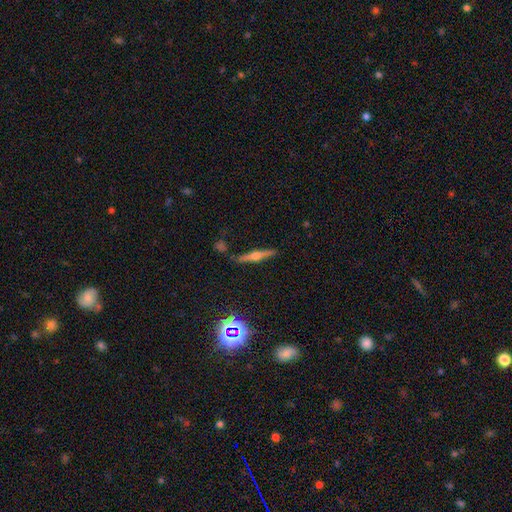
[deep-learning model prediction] Q: Smooth or featured?
A: featured or disk (69%); runner-up: smooth (19%)
Q: Edge-on disk?
A: yes (96%); runner-up: no (4%)
Q: Edge-on bulge?
A: rounded (91%); runner-up: boxy (6%)
Q: Merging?
A: none (84%); runner-up: minor disturbance (11%)